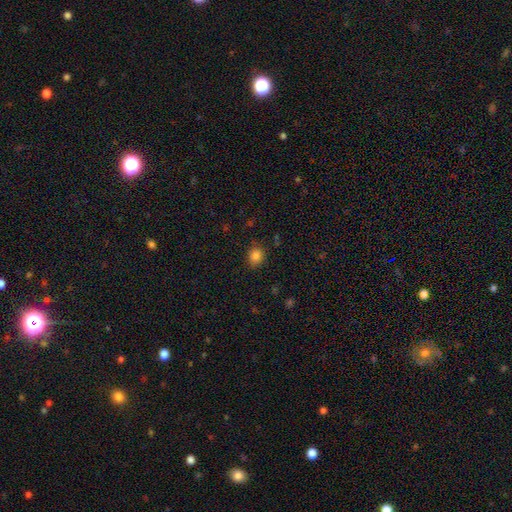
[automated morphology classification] Smooth or featured: smooth — 85% (star or artifact — 11%)
How rounded: round — 67% (in between — 32%)
Merging: none — 85% (minor disturbance — 11%)